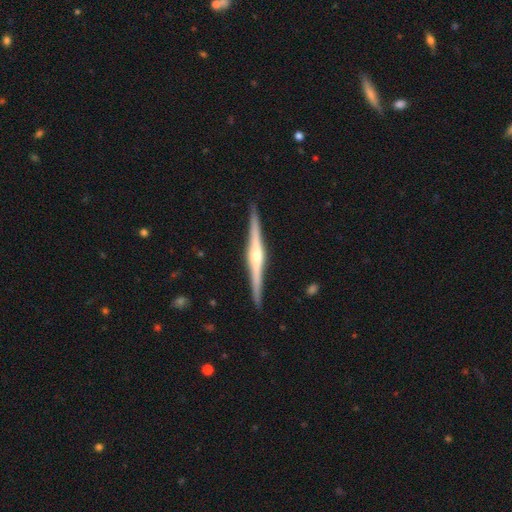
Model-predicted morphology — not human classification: The model was most divided on "smooth or featured": featured or disk: 85%, smooth: 10%, star or artifact: 4%. More confident: edge-on disk — yes (99%); merging — none (92%); edge-on bulge — rounded (87%).